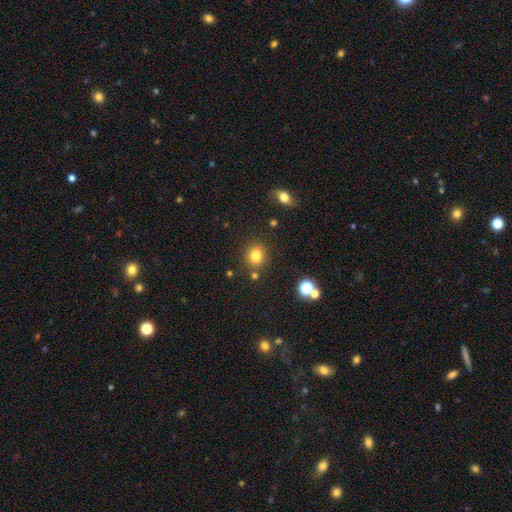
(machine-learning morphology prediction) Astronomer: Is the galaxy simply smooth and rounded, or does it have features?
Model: smooth — 78%.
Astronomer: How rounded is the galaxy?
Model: round — 83%.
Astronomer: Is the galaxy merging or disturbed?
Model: none — 80%.